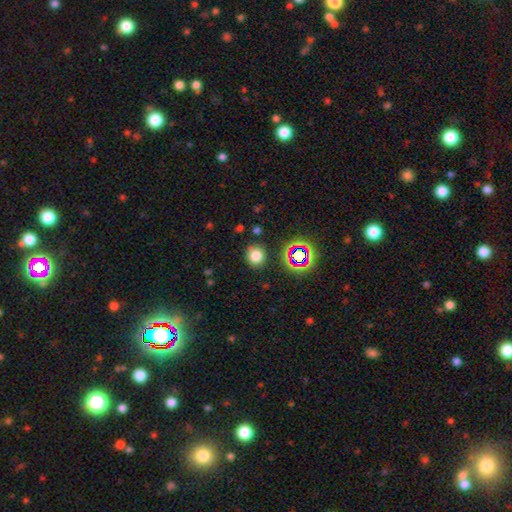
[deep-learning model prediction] Morphology: type=smooth (74%); roundness=round (78%); merging=none (83%).